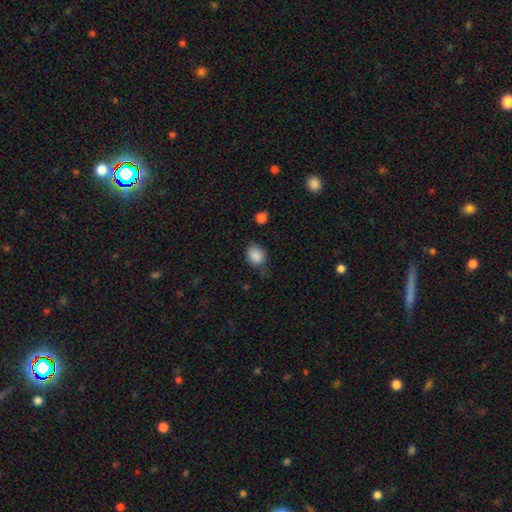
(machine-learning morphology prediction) type=smooth (87%); roundness=round (54%); merging=none (68%).